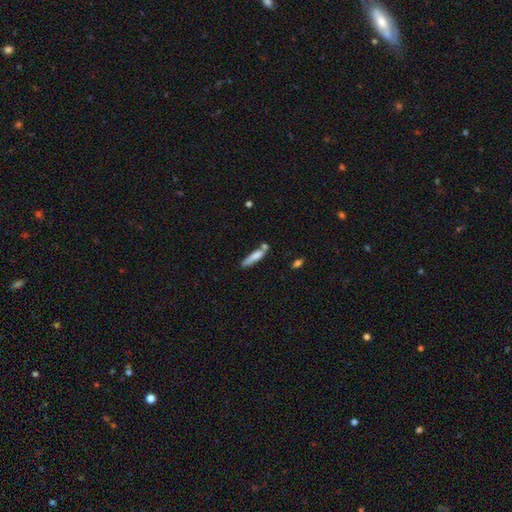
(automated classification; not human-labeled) Morphology: type=smooth (71%); roundness=cigar-shaped (84%); merging=none (56%).